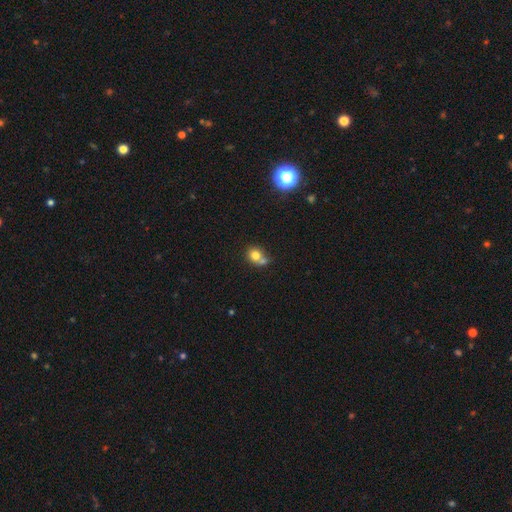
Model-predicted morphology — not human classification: This appears to be a smooth galaxy with no disk features (76%) that is round (69%). Merging: merger (46%).